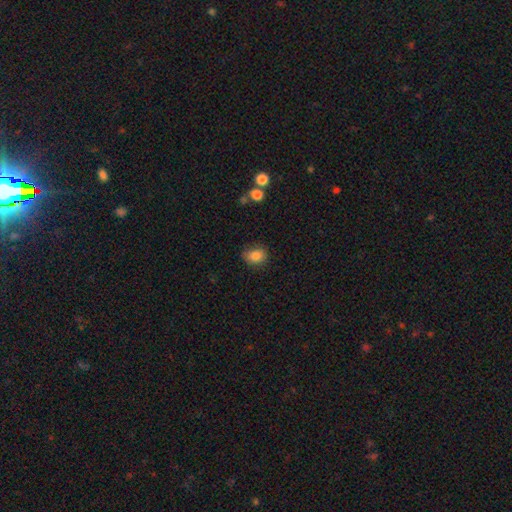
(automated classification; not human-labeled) Morphology: type=smooth (83%); roundness=round (50%); merging=none (76%).